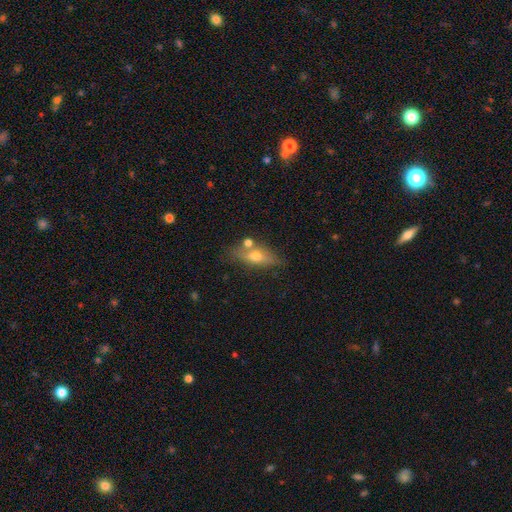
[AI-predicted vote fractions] A smooth galaxy with no disk features (52%) that is in between round and cigar-shaped (59%).

Vote fractions:
- Smooth or featured? smooth: 52% / featured or disk: 40% / star or artifact: 9%
- How rounded? in between: 59% / cigar-shaped: 34% / round: 7%
- Merging? none: 65% / minor disturbance: 16% / merger: 15% / major disturbance: 5%